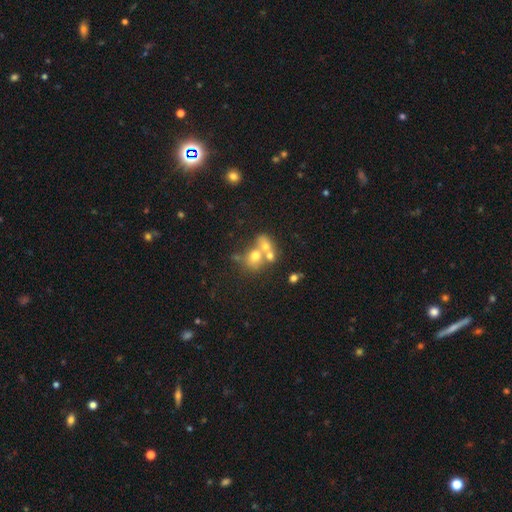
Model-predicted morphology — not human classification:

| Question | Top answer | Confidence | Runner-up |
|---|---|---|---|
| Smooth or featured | smooth | 56% | featured or disk (28%) |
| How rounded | round | 60% | in between (38%) |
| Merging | merger | 60% | none (26%) |